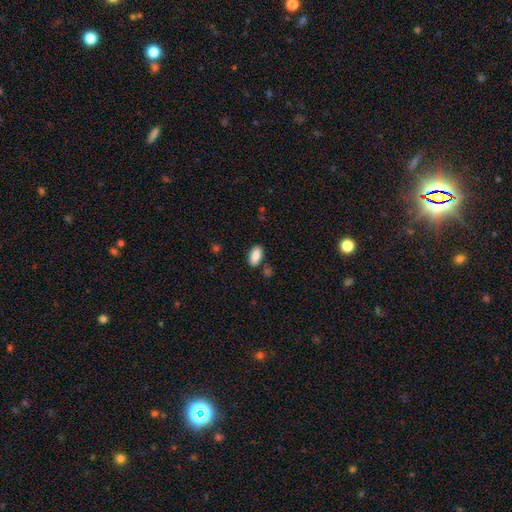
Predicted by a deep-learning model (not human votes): Morphology: type=smooth (88%); roundness=in between (92%); merging=none (81%).